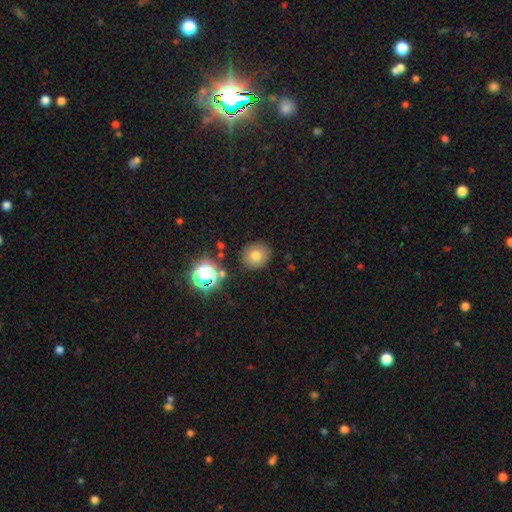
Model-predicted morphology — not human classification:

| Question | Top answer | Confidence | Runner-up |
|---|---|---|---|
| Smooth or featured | smooth | 74% | star or artifact (16%) |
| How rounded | round | 81% | in between (18%) |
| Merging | none | 85% | minor disturbance (9%) |